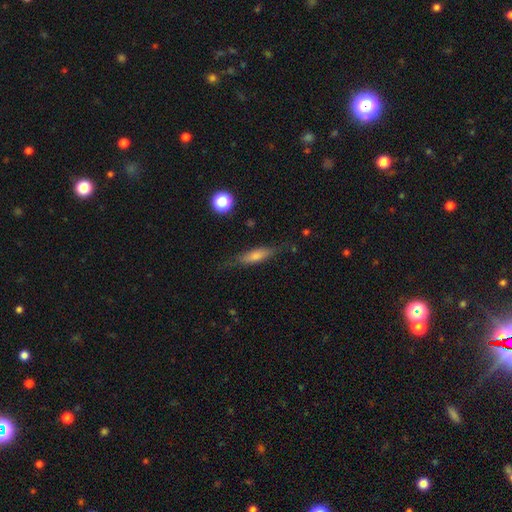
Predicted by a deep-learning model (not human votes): Overall: smooth (54%; featured or disk 37%). How rounded: cigar-shaped (70%). Merging: none (76%).